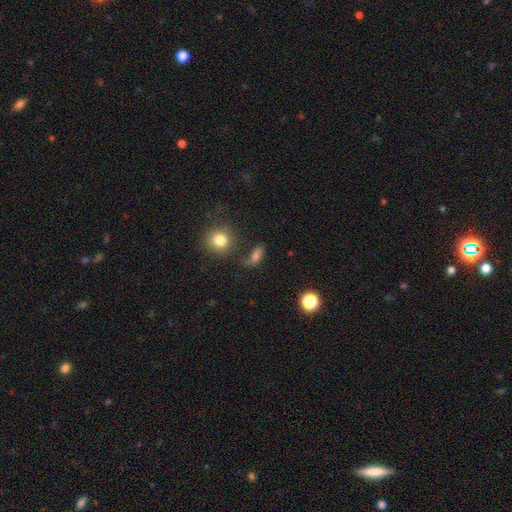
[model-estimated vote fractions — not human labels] This appears to be a smooth galaxy with no disk features (65%) that is in between round and cigar-shaped (67%). Merging: none (50%).